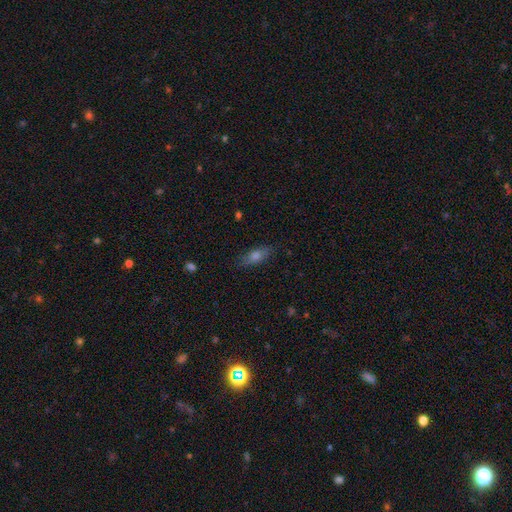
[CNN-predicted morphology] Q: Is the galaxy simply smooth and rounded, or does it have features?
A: smooth — 59%.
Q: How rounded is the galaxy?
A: in between — 58%.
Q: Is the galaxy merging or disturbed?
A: none — 83%.